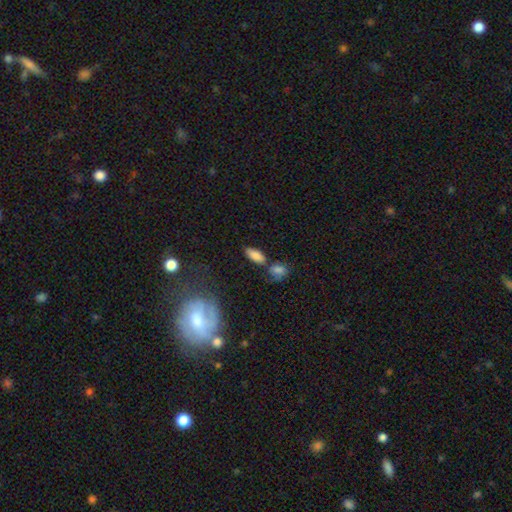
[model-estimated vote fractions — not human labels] Morphology: type=smooth (82%); roundness=in between (83%); merging=none (68%).